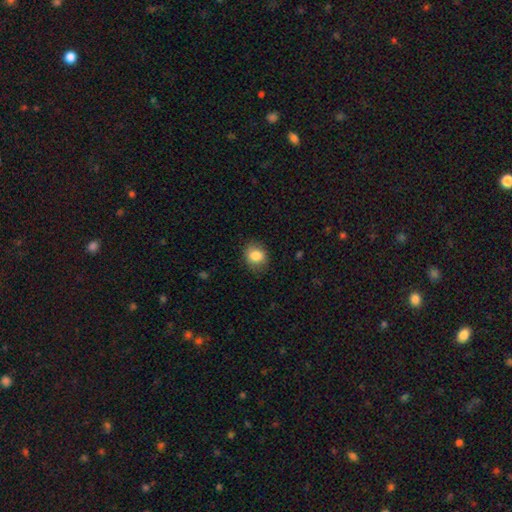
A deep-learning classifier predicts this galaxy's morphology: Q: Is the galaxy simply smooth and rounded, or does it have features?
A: smooth — 84%.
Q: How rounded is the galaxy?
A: round — 61%.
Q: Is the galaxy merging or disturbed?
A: none — 82%.